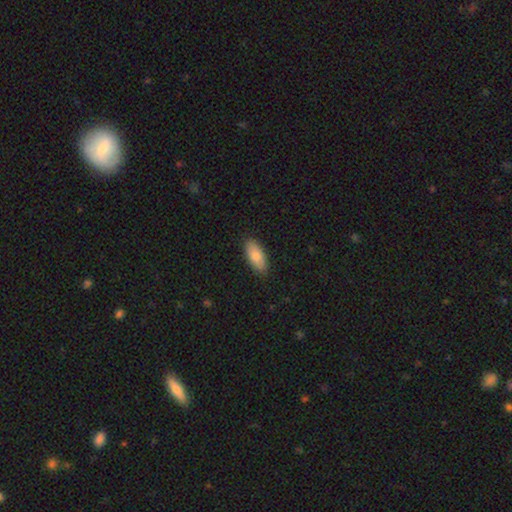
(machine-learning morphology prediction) A smooth galaxy with no disk features (81%) that is in between round and cigar-shaped (88%).

Vote fractions:
- Smooth or featured? smooth: 81% / featured or disk: 13% / star or artifact: 6%
- How rounded? in between: 88% / cigar-shaped: 10% / round: 2%
- Merging? none: 88% / minor disturbance: 9% / major disturbance: 2% / merger: 1%